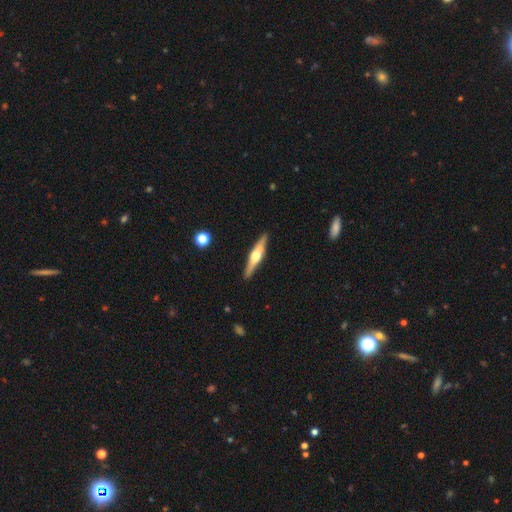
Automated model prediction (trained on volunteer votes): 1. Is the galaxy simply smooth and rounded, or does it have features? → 65% featured or disk, 30% smooth, 5% star or artifact.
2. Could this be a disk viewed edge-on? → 96% yes, 4% no.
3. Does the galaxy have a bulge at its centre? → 93% rounded, 4% boxy, 3% none.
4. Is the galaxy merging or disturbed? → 90% none, 7% minor disturbance, 1% major disturbance, 1% merger.